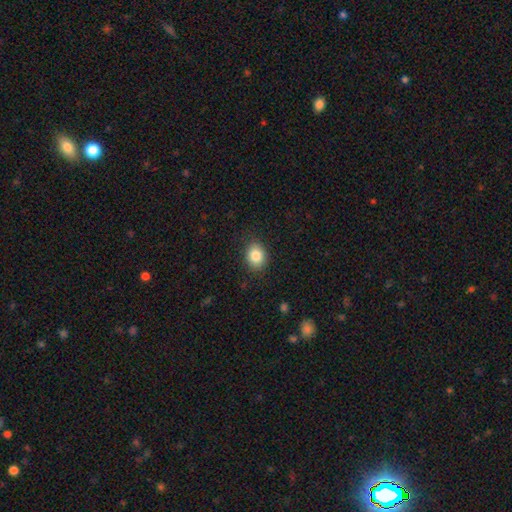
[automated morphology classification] Smooth or featured?
  - smooth: 85% *
  - star or artifact: 9%
  - featured or disk: 6%
How rounded?
  - in between: 53% *
  - round: 46%
  - cigar-shaped: 1%
Merging?
  - none: 85% *
  - minor disturbance: 11%
  - major disturbance: 3%
  - merger: 1%